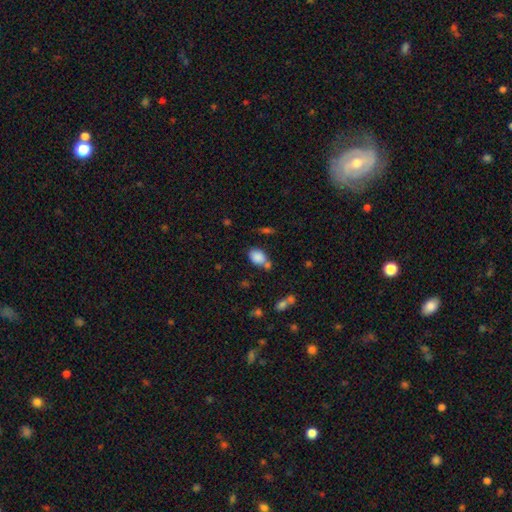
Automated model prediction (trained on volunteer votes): Q: Smooth or featured?
A: smooth (85%); runner-up: star or artifact (9%)
Q: How rounded?
A: in between (80%); runner-up: round (19%)
Q: Merging?
A: none (57%); runner-up: merger (20%)